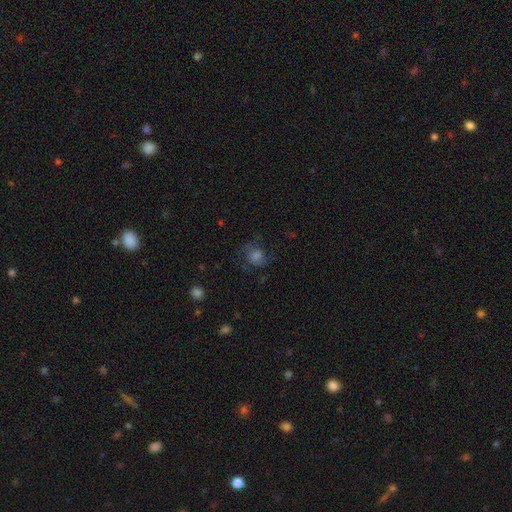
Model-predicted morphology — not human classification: Smooth or featured: smooth — 47% (featured or disk — 29%)
Merging: none — 62% (minor disturbance — 19%)